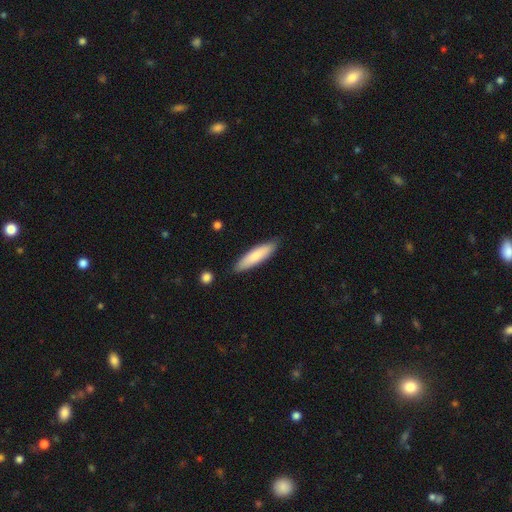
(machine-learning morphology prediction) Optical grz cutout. It shows a smooth galaxy with no disk features (79%) that is cigar-shaped (71%). Merging: none (87%).